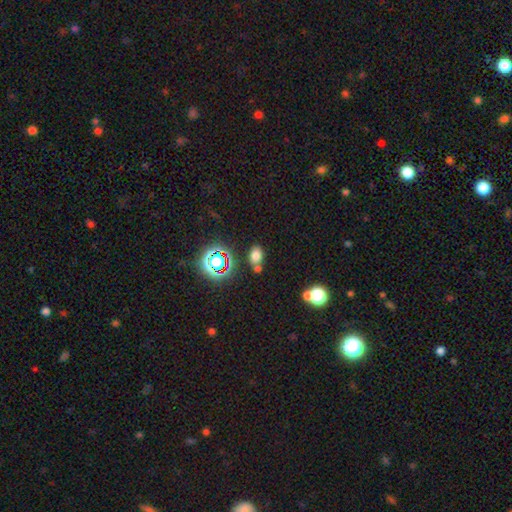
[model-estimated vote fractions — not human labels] Q: Smooth or featured?
A: smooth (69%); runner-up: star or artifact (22%)
Q: How rounded?
A: in between (73%); runner-up: round (25%)
Q: Merging?
A: none (66%); runner-up: merger (17%)